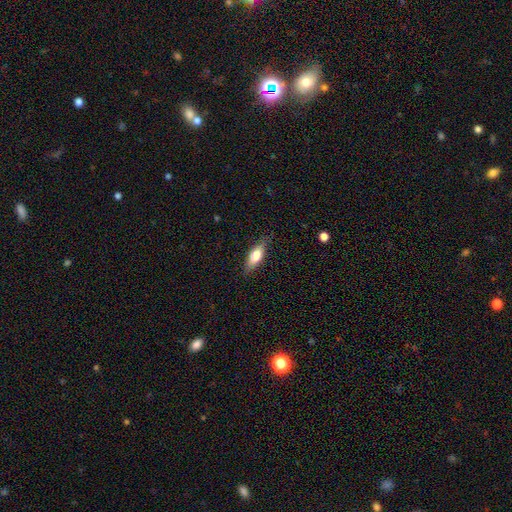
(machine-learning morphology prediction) smooth 70%, featured or disk 24%, star or artifact 6%. Down the decision tree: how rounded — in between (63%); merging — none (81%).